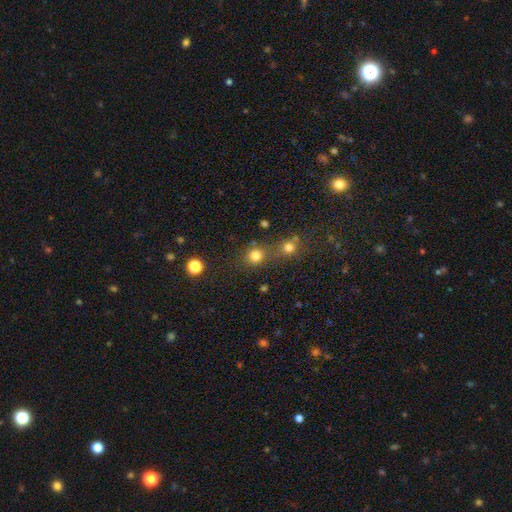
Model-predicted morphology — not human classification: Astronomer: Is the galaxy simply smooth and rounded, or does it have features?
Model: smooth — 78%.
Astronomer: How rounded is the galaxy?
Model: round — 88%.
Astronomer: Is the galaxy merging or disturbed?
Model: none — 62%.